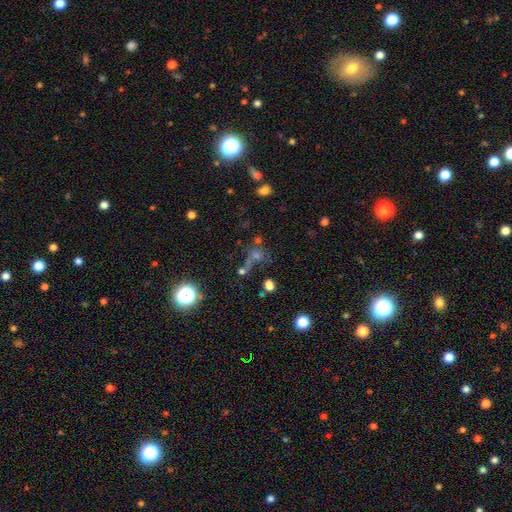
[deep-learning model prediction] A star or artifact, not a galaxy (45%).

Vote fractions:
- Smooth or featured? star or artifact: 45% / smooth: 39% / featured or disk: 16%